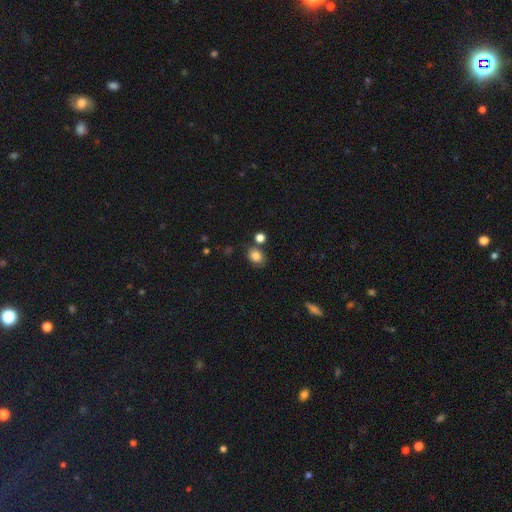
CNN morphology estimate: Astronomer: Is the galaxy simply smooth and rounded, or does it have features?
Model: smooth — 84%.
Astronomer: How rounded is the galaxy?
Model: in between — 59% (runner-up: round, 40%).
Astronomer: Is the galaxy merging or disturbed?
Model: none — 72%.